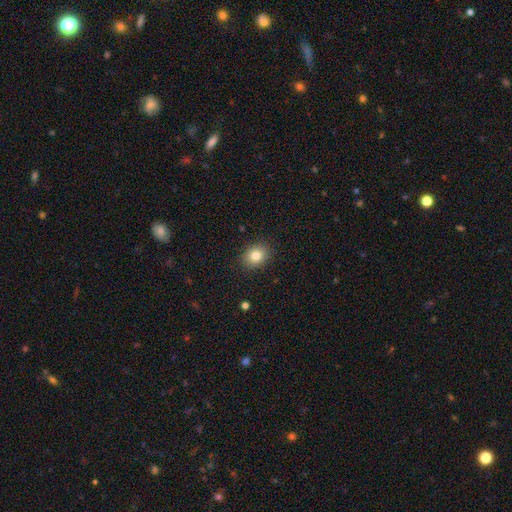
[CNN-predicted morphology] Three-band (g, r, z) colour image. It shows a smooth galaxy with no disk features (82%) that is round (50%). Merging: none (89%).